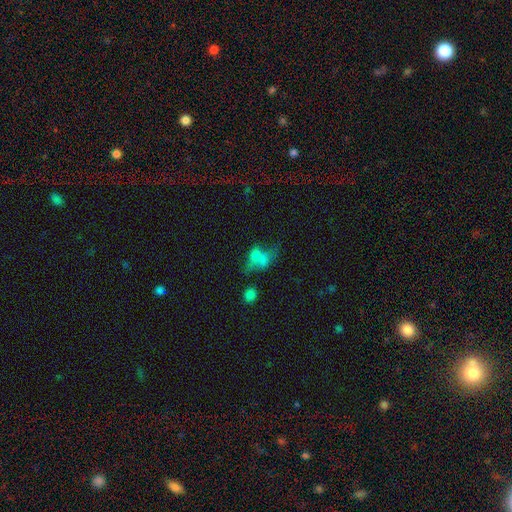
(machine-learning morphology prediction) A smooth galaxy with no disk features (57%) that is in between round and cigar-shaped (66%).

Vote fractions:
- Smooth or featured? smooth: 57% / featured or disk: 26% / star or artifact: 16%
- How rounded? in between: 66% / round: 30% / cigar-shaped: 4%
- Merging? merger: 49% / none: 21% / major disturbance: 18% / minor disturbance: 12%